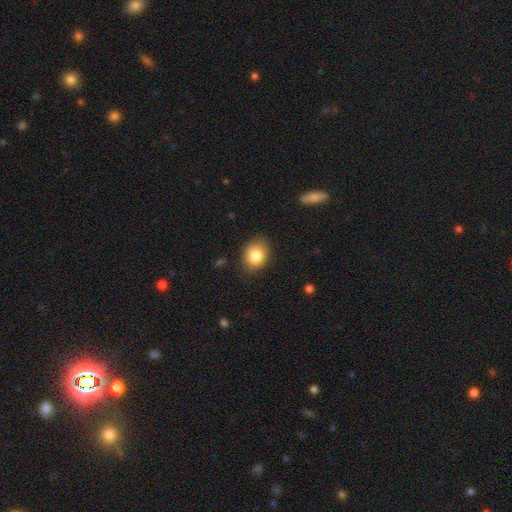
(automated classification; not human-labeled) Smooth or featured: smooth — 83% (star or artifact — 9%)
How rounded: in between — 57% (round — 42%)
Merging: none — 79% (minor disturbance — 16%)